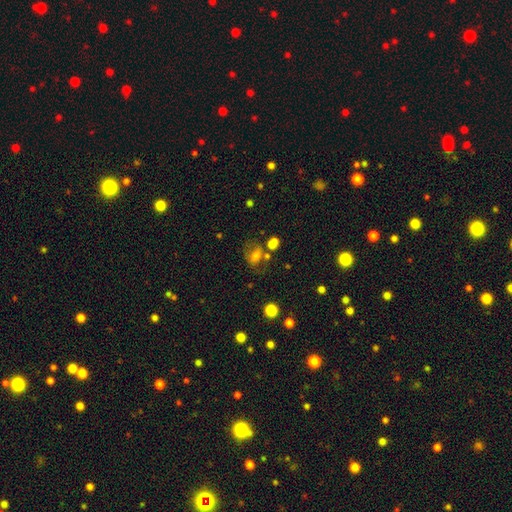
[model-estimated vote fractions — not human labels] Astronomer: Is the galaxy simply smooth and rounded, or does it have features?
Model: smooth — 62%.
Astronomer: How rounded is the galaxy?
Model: in between — 65%.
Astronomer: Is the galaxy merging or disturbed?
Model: none — 43% (runner-up: minor disturbance, 21%).